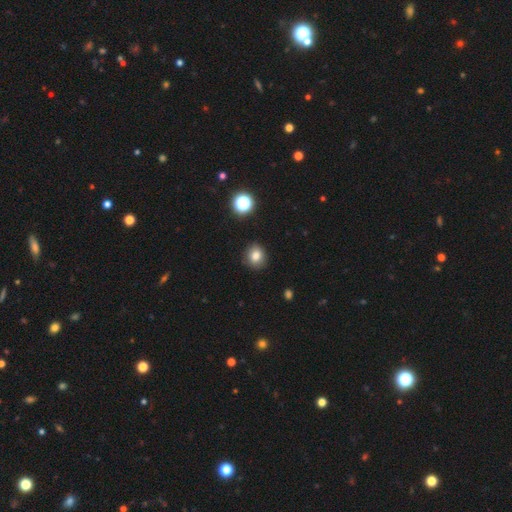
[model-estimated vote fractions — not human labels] The model was most divided on "how rounded": round: 75%, in between: 24%, cigar-shaped: 1%. More confident: merging — none (87%); smooth or featured — smooth (81%).